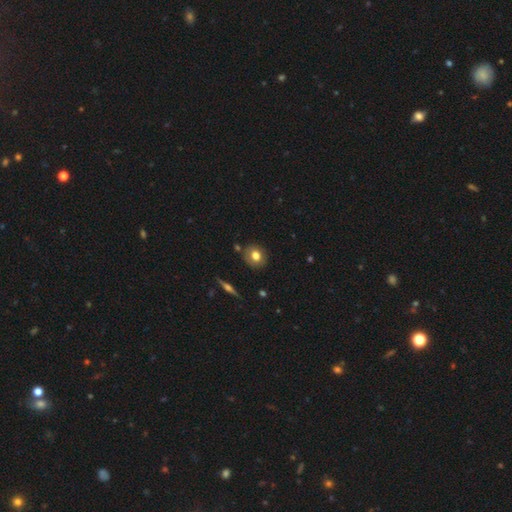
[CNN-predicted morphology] A smooth galaxy with no disk features (74%) that is round (73%).

Vote fractions:
- Smooth or featured? smooth: 74% / featured or disk: 17% / star or artifact: 10%
- How rounded? round: 73% / in between: 26% / cigar-shaped: 1%
- Merging? none: 83% / minor disturbance: 11% / merger: 3% / major disturbance: 2%